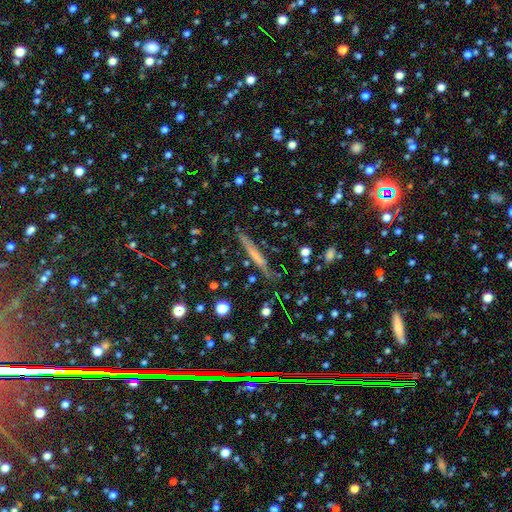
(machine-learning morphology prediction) smooth-or-featured: smooth: 47% | featured or disk: 42% | star or artifact: 10%
  merging: none: 82% | minor disturbance: 13% | major disturbance: 3% | merger: 2%